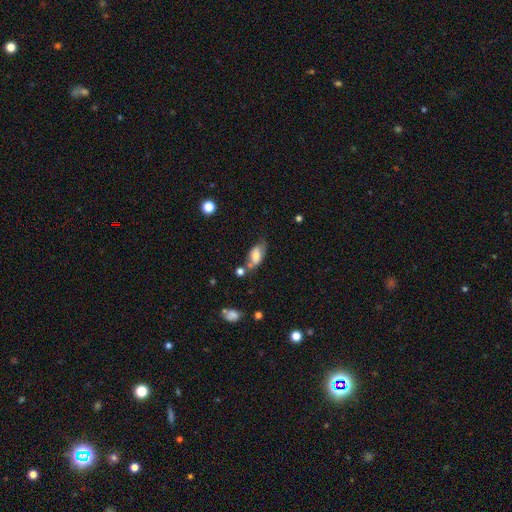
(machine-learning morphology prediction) smooth-or-featured: smooth: 60% | featured or disk: 31% | star or artifact: 8%
  how-rounded: in between: 87% | cigar-shaped: 8% | round: 5%
  merging: none: 45% | minor disturbance: 26% | merger: 18% | major disturbance: 11%